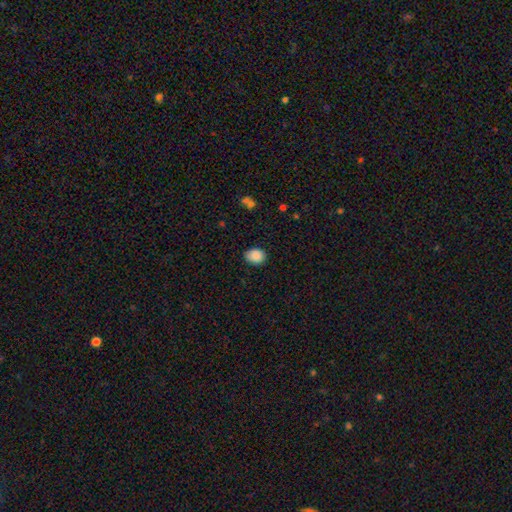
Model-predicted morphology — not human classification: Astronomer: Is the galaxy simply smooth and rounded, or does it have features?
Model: smooth — 88%.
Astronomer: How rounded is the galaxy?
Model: in between — 54% (runner-up: round, 45%).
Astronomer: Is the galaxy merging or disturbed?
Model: none — 83%.